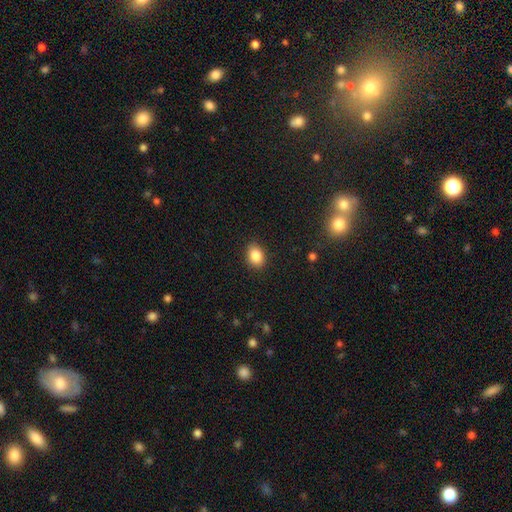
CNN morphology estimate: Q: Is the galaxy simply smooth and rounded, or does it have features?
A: smooth — 86%.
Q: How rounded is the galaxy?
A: in between — 67%.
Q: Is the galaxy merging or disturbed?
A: none — 87%.